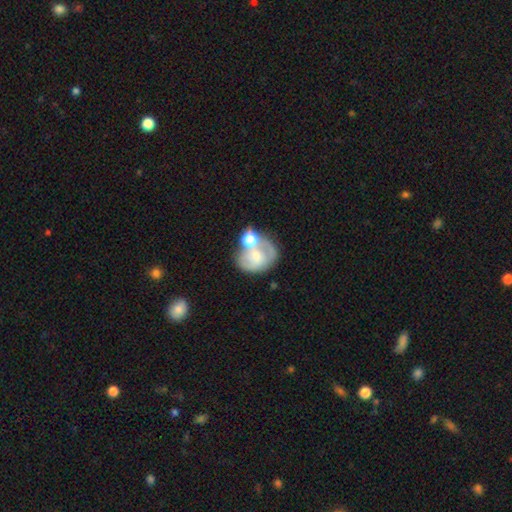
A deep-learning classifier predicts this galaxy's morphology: Smooth or featured? featured or disk (48%)
Merging? merger (42%)